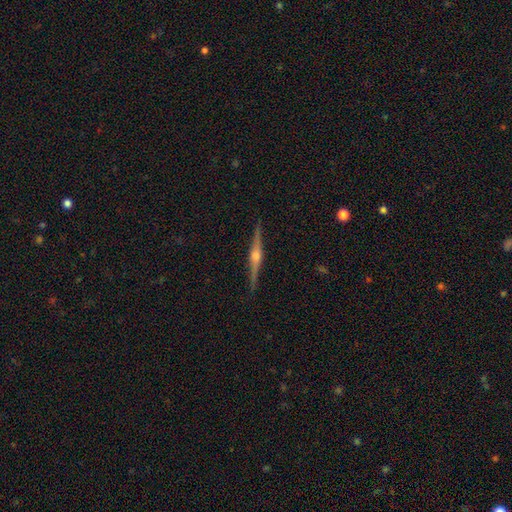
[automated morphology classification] A featured or disk galaxy (85%) viewed edge-on (98%) with a rounded central bulge (88%).

Vote fractions:
- Smooth or featured? featured or disk: 85% / smooth: 10% / star or artifact: 5%
- Edge-on disk? yes: 98% / no: 2%
- Edge-on bulge? rounded: 88% / boxy: 9% / none: 4%
- Merging? none: 91% / minor disturbance: 6% / major disturbance: 1% / merger: 1%